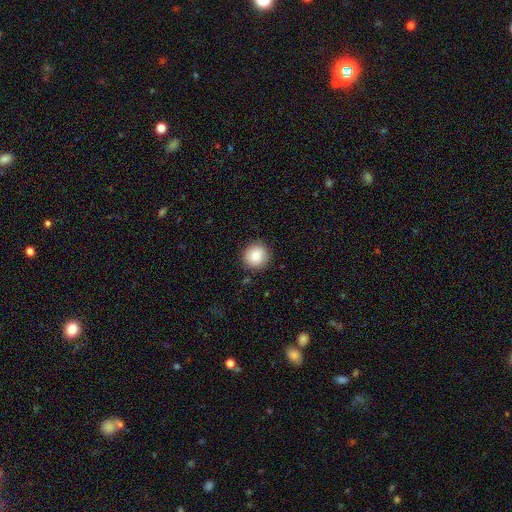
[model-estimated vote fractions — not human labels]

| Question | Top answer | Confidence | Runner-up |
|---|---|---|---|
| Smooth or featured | smooth | 86% | star or artifact (9%) |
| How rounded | round | 94% | in between (5%) |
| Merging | none | 89% | minor disturbance (7%) |